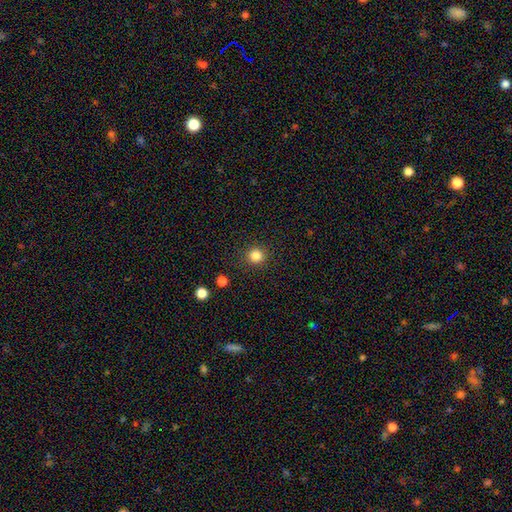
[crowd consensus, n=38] A smooth galaxy with no disk features (92%) that is round (100%). Merging: none (97%).